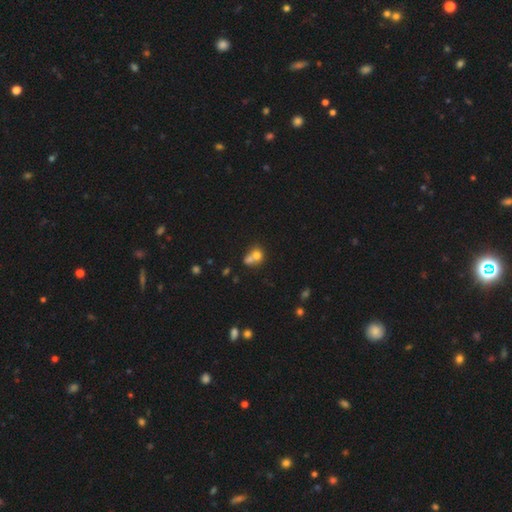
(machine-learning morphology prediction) smooth_or_featured: smooth (p=0.71) [alt: featured or disk p=0.17]
how_rounded: round (p=0.69) [alt: in between p=0.30]
merging: merger (p=0.61) [alt: none p=0.27]